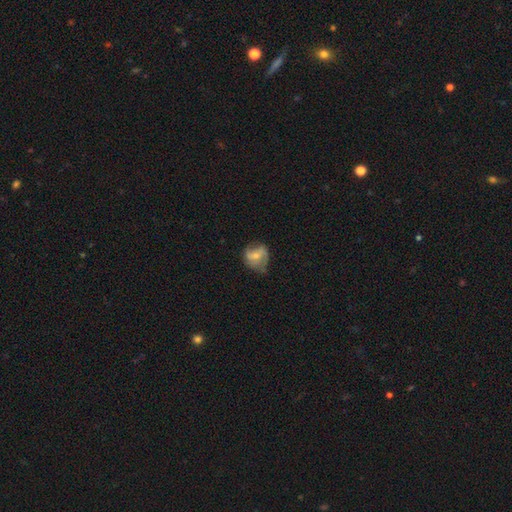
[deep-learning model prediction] The model was most divided on "smooth or featured": featured or disk: 48%, smooth: 44%, star or artifact: 8%. More confident: merging — none (51%).